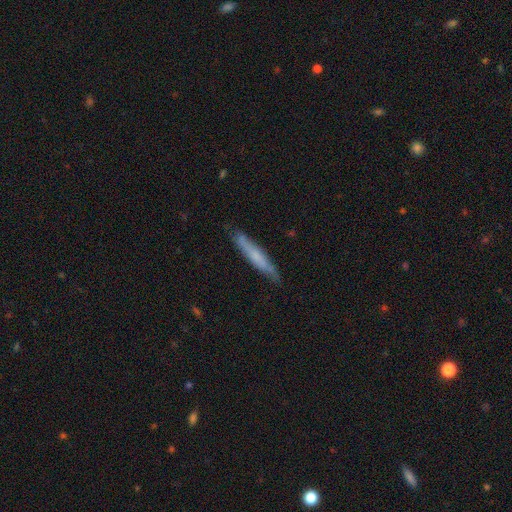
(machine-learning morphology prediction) Smooth or featured? smooth (53%)
How rounded? cigar-shaped (94%)
Merging? none (82%)